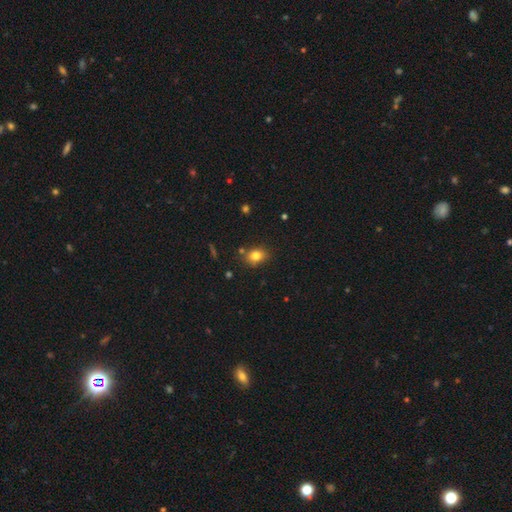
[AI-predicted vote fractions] Overall: smooth (80%). How rounded: in between (52%; round 47%). Merging: none (77%).